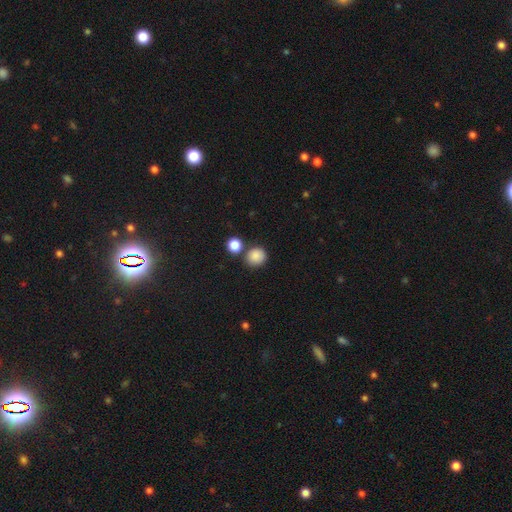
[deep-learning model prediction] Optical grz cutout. It shows a smooth galaxy with no disk features (86%) that is round (87%). Merging: none (74%).